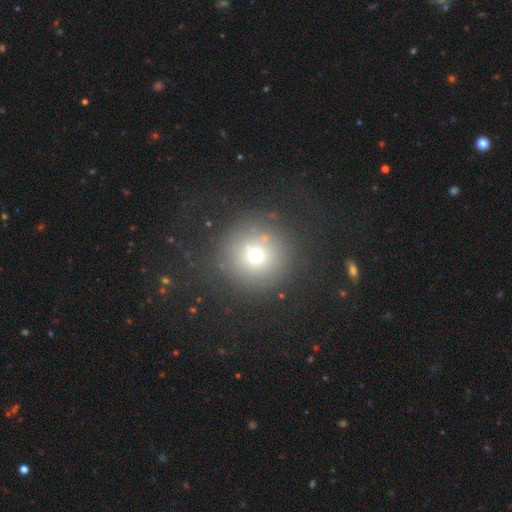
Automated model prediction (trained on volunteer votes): The model was most divided on "smooth or featured": smooth: 65%, star or artifact: 23%, featured or disk: 12%. More confident: how rounded — round (95%); merging — none (83%).